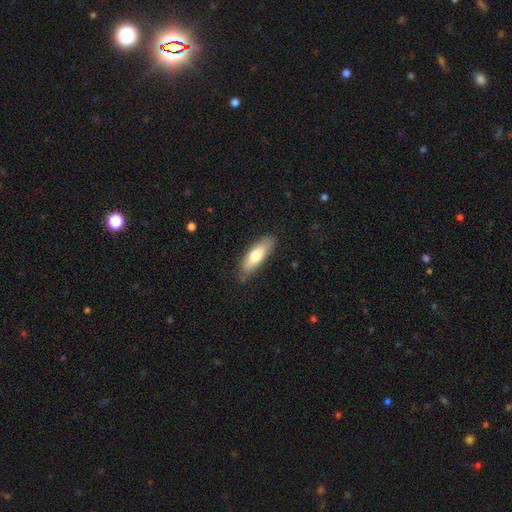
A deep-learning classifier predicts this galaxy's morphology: This is likely a smooth galaxy (72%). How rounded: possibly in between (57%). Merging: clearly none (80%).